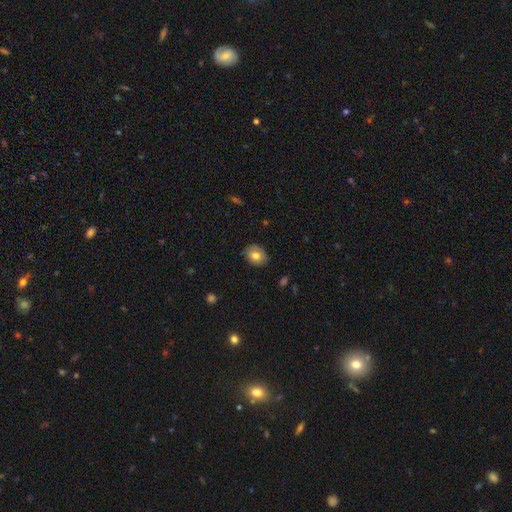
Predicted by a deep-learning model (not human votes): Overall: smooth (73%). How rounded: in between (52%; round 47%). Merging: none (81%).